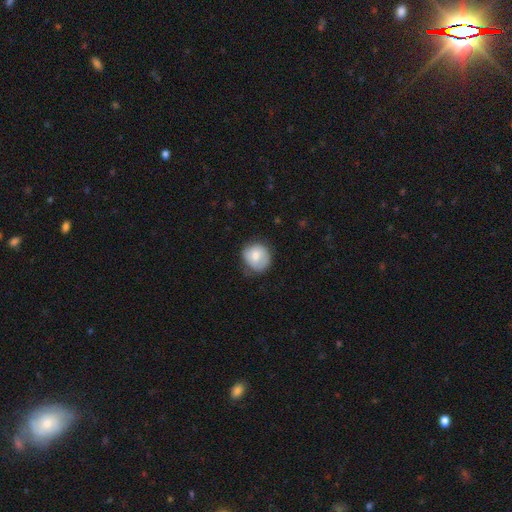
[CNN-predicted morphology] This is likely a smooth galaxy (74%). How rounded: clearly round (83%). Merging: likely none (63%).